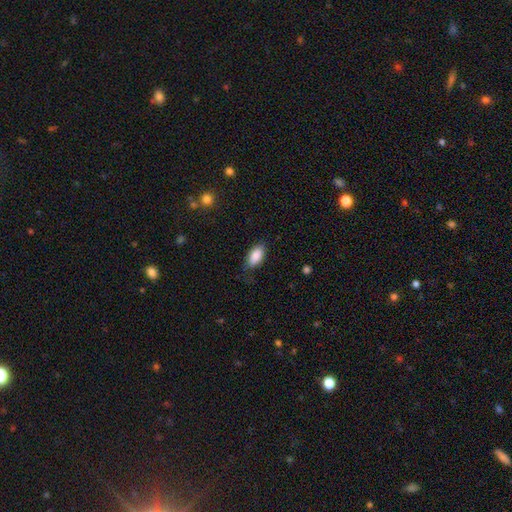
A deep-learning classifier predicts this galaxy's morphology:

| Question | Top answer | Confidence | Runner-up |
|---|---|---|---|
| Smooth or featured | smooth | 87% | star or artifact (7%) |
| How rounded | in between | 91% | cigar-shaped (6%) |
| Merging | none | 77% | minor disturbance (18%) |